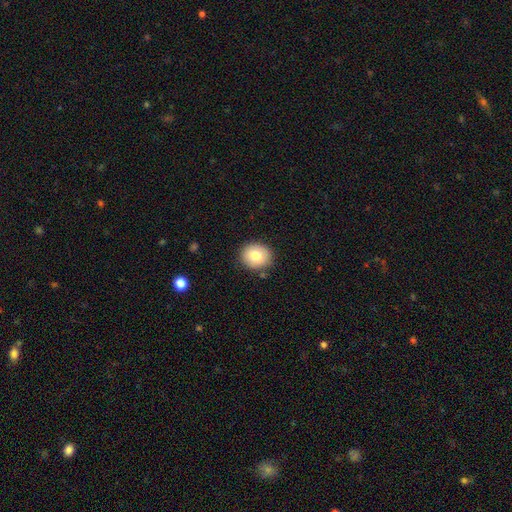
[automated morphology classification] Q: Smooth or featured?
A: smooth (79%); runner-up: featured or disk (13%)
Q: How rounded?
A: round (76%); runner-up: in between (23%)
Q: Merging?
A: none (86%); runner-up: minor disturbance (10%)